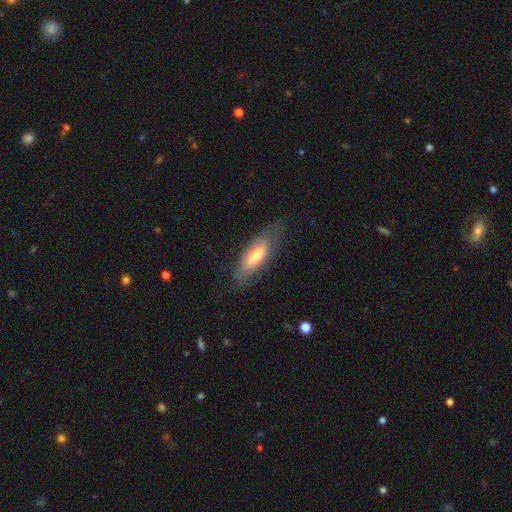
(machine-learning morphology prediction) type=smooth (53%); roundness=in between (61%); merging=none (70%).